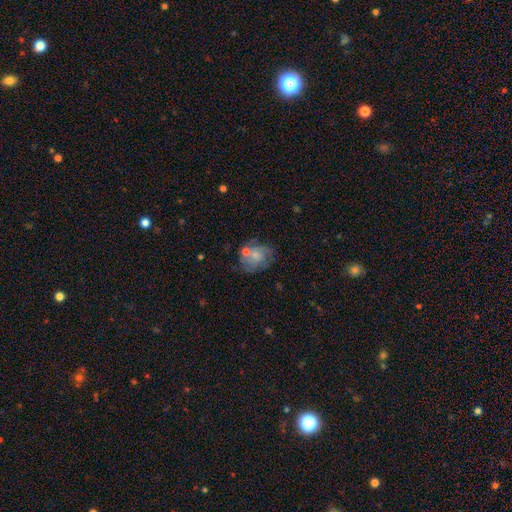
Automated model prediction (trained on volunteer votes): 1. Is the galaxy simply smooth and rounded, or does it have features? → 49% featured or disk, 43% smooth, 9% star or artifact.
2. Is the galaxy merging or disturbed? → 49% none, 22% minor disturbance, 18% merger, 12% major disturbance.